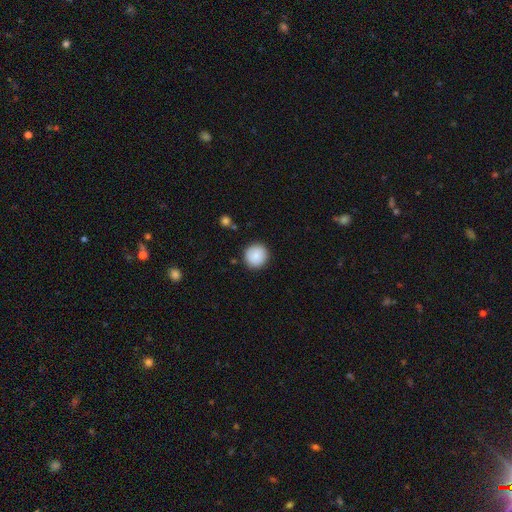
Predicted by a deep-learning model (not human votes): This appears to be a smooth galaxy with no disk features (86%) that is round (94%). Merging: none (90%).